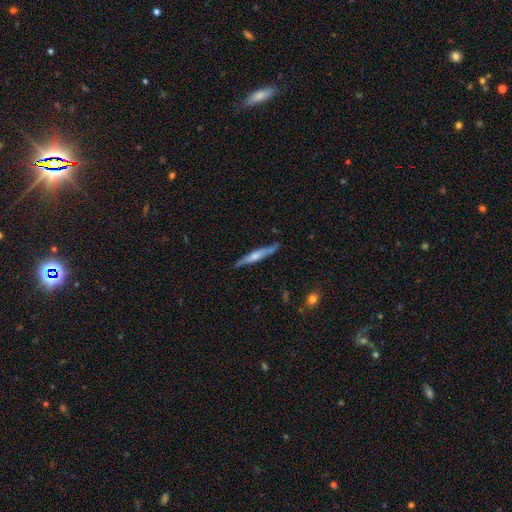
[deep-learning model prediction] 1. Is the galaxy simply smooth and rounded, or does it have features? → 56% featured or disk, 38% smooth, 5% star or artifact.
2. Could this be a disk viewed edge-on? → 93% yes, 7% no.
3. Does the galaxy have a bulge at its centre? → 64% rounded, 23% none, 13% boxy.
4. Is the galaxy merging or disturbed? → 81% none, 15% minor disturbance, 2% major disturbance, 2% merger.